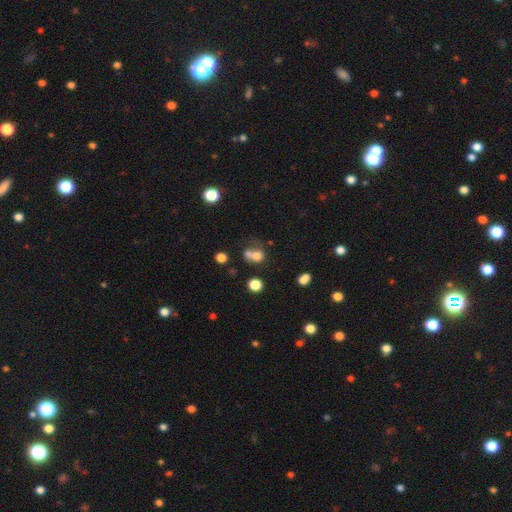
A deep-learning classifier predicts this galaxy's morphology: A smooth galaxy with no disk features (68%) that is in between round and cigar-shaped (53%).

Vote fractions:
- Smooth or featured? smooth: 68% / featured or disk: 17% / star or artifact: 14%
- How rounded? in between: 53% / round: 45% / cigar-shaped: 2%
- Merging? merger: 46% / none: 26% / major disturbance: 15% / minor disturbance: 13%